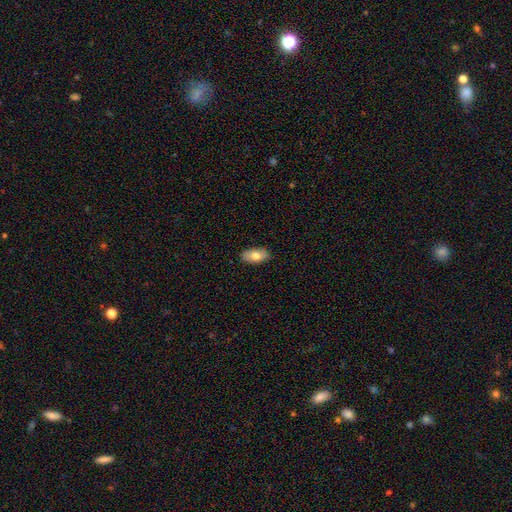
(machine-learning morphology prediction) smooth_or_featured: smooth (p=0.76) [alt: featured or disk p=0.18]
how_rounded: in between (p=0.93) [alt: round p=0.04]
merging: none (p=0.88) [alt: minor disturbance p=0.10]